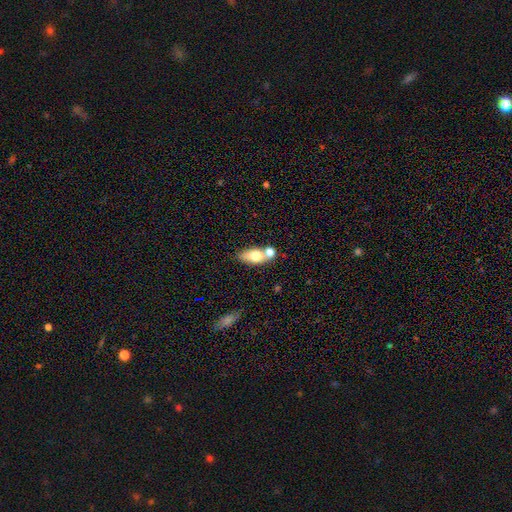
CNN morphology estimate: The model was most divided on "merging": none: 46%, merger: 37%, minor disturbance: 12%, major disturbance: 5%. More confident: how rounded — in between (78%); smooth or featured — smooth (67%).